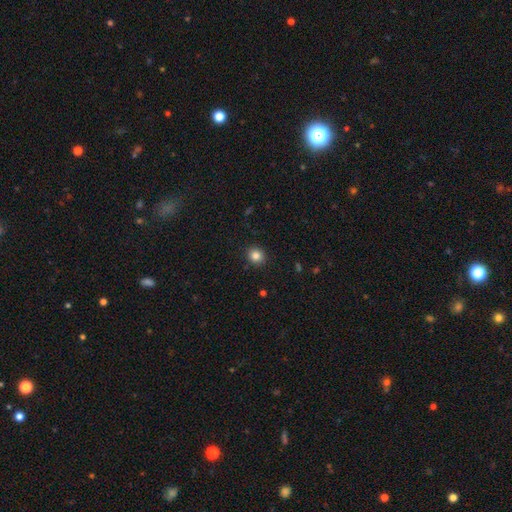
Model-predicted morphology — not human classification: Smooth or featured? smooth (84%)
How rounded? round (83%)
Merging? none (90%)